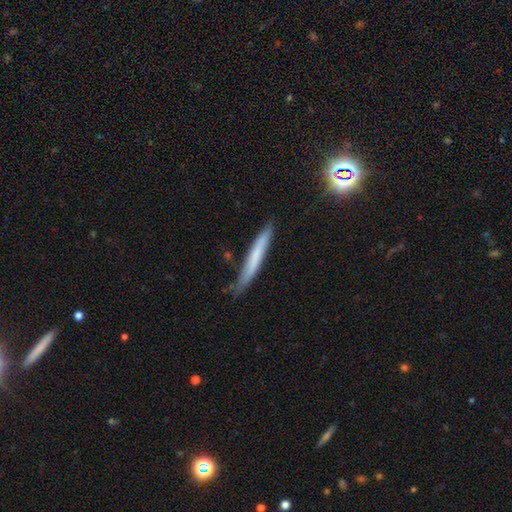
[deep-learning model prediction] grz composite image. It shows a smooth galaxy with no disk features (59%) that is cigar-shaped (95%). Merging: none (67%).